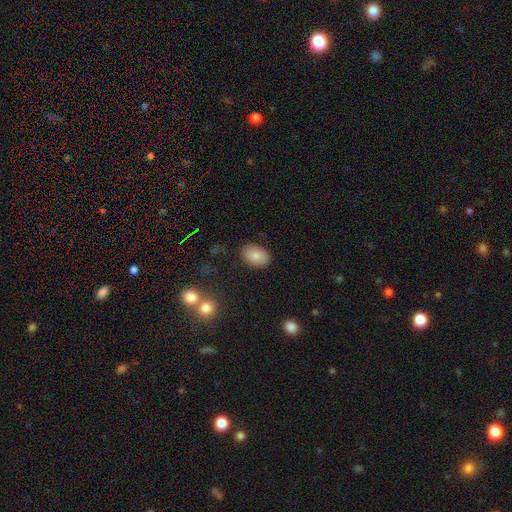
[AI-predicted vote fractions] Smooth or featured?
  - smooth: 84% *
  - featured or disk: 8%
  - star or artifact: 8%
How rounded?
  - in between: 84% *
  - round: 15%
  - cigar-shaped: 1%
Merging?
  - none: 86% *
  - minor disturbance: 9%
  - major disturbance: 3%
  - merger: 2%